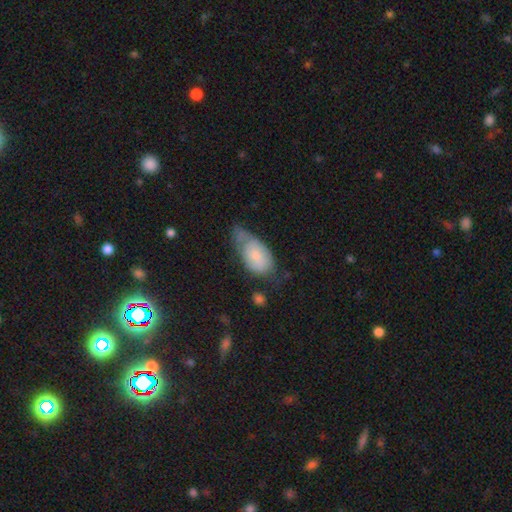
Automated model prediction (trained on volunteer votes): This is likely a smooth galaxy (63%). How rounded: clearly in between (91%). Merging: marginally minor disturbance (41%).